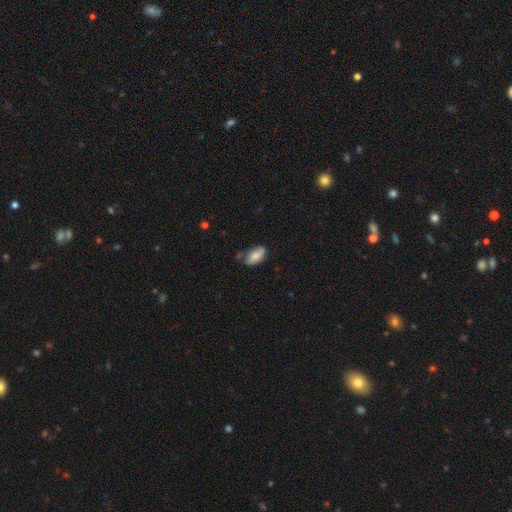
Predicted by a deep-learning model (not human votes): Q: Smooth or featured?
A: smooth (80%); runner-up: featured or disk (13%)
Q: How rounded?
A: in between (92%); runner-up: cigar-shaped (5%)
Q: Merging?
A: none (52%); runner-up: minor disturbance (34%)